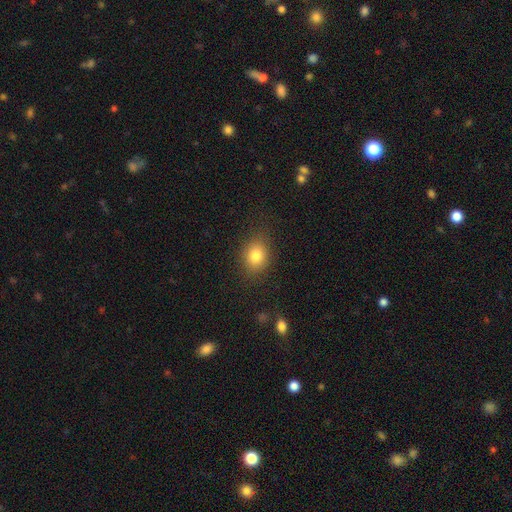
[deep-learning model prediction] The model was most divided on "how rounded": round: 50%, in between: 49%, cigar-shaped: 1%. More confident: merging — none (82%); smooth or featured — smooth (82%).